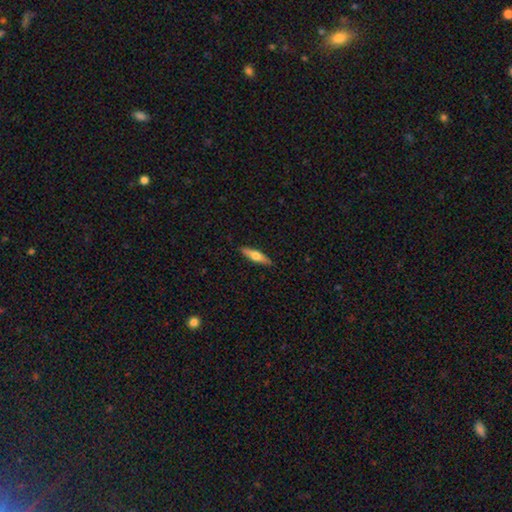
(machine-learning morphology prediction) type=smooth (48%); merging=none (90%).